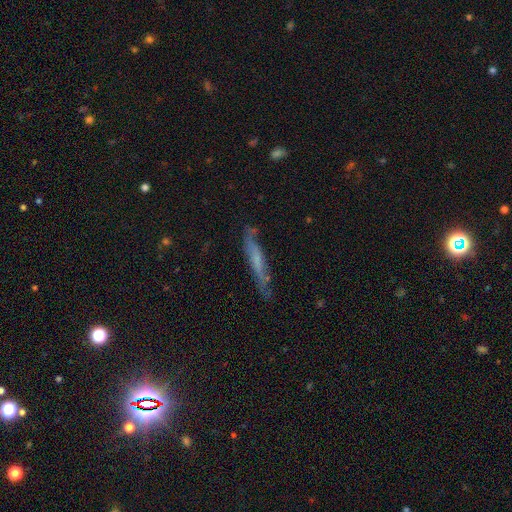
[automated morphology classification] Overall: featured or disk (51%; smooth 40%). Edge-on disk: yes (75%). Merging: none (73%).